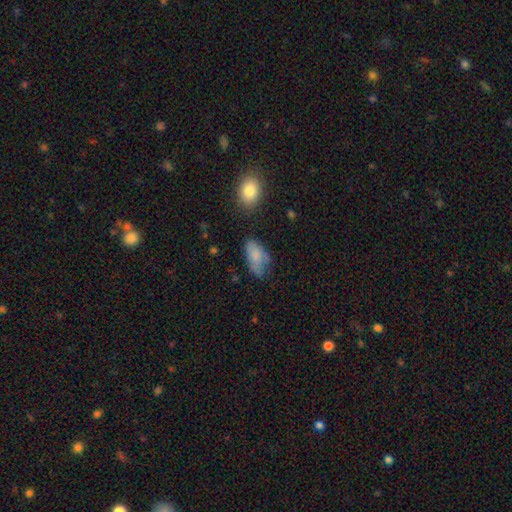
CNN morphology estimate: smooth_or_featured: smooth (p=0.76) [alt: featured or disk p=0.15]
how_rounded: in between (p=0.93) [alt: round p=0.04]
merging: none (p=0.48) [alt: minor disturbance p=0.34]